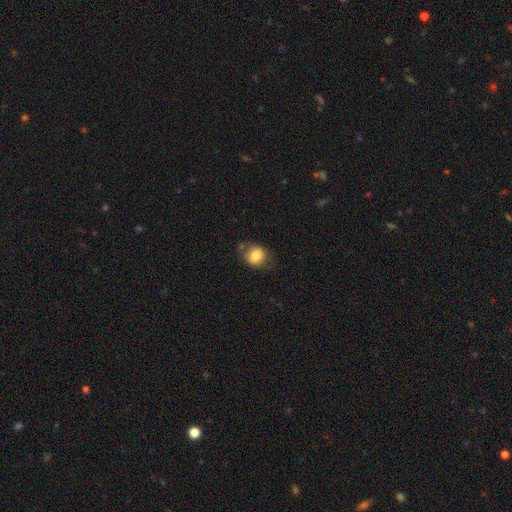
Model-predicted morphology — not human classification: This is likely a smooth galaxy (77%). How rounded: likely round (72%). Merging: likely none (66%).